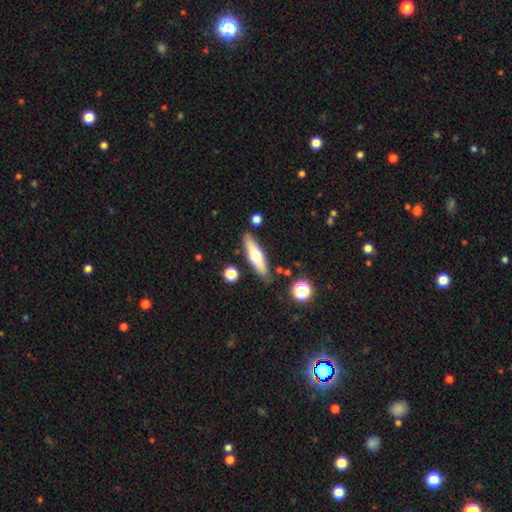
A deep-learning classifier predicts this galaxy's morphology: smooth 47% (tied), featured or disk 47% (tied), star or artifact 6%. Down the decision tree: merging — none (83%).